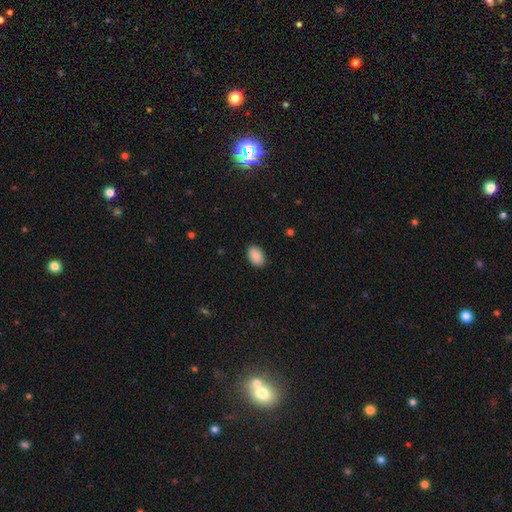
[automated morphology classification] This is clearly a smooth galaxy (91%). How rounded: clearly in between (90%). Merging: clearly none (88%).